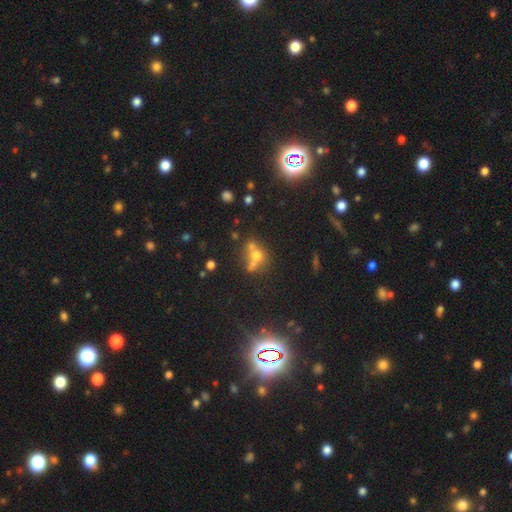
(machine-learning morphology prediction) smooth_or_featured: smooth (p=0.44) [alt: star or artifact p=0.35]
merging: merger (p=0.45) [alt: none p=0.37]